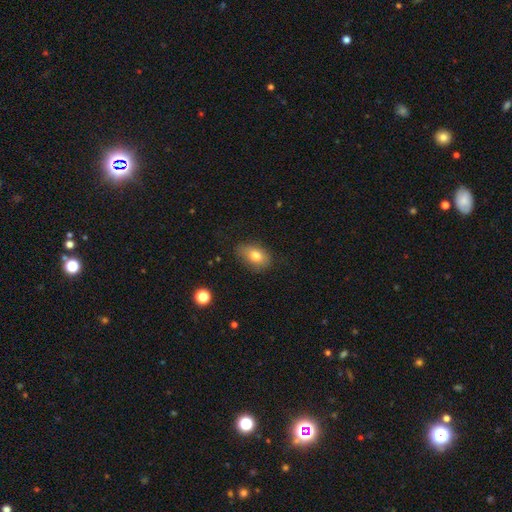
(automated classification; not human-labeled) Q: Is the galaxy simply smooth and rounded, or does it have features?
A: smooth — 78%.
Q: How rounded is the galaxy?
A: in between — 85%.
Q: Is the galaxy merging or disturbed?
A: none — 73%.